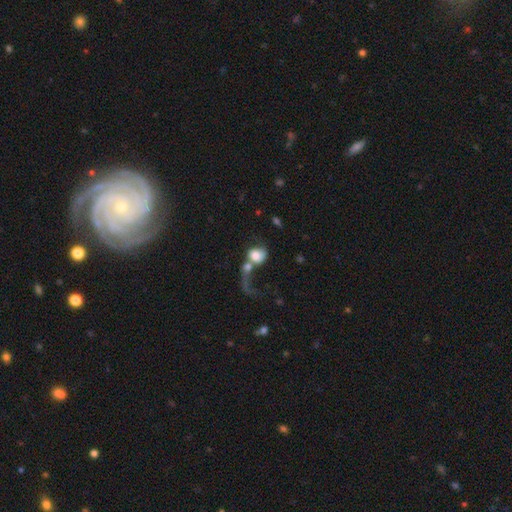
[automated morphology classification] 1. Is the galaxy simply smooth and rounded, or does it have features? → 62% smooth, 30% featured or disk, 9% star or artifact.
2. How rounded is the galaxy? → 62% round, 37% in between, 2% cigar-shaped.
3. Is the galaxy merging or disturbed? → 50% merger, 29% major disturbance, 14% none, 8% minor disturbance.